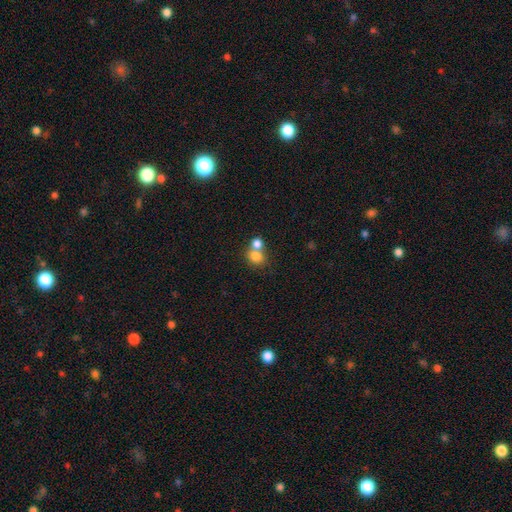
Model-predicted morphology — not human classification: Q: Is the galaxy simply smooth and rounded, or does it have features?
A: smooth — 79%.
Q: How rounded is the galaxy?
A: round — 74%.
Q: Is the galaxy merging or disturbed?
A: merger — 55%.